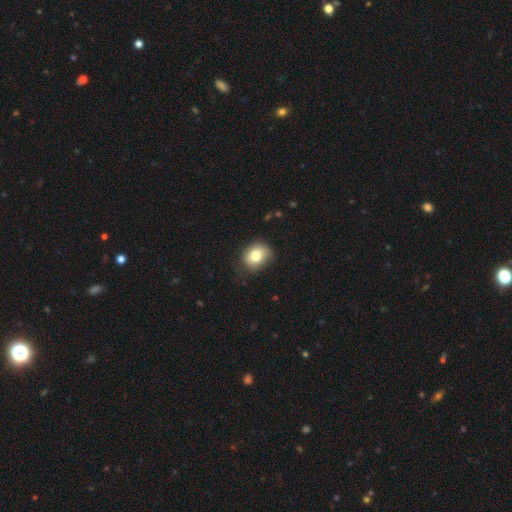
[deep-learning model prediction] A smooth galaxy with no disk features (82%) that is round (56%).

Vote fractions:
- Smooth or featured? smooth: 82% / featured or disk: 9% / star or artifact: 9%
- How rounded? round: 56% / in between: 43% / cigar-shaped: 1%
- Merging? none: 72% / minor disturbance: 22% / major disturbance: 5% / merger: 1%